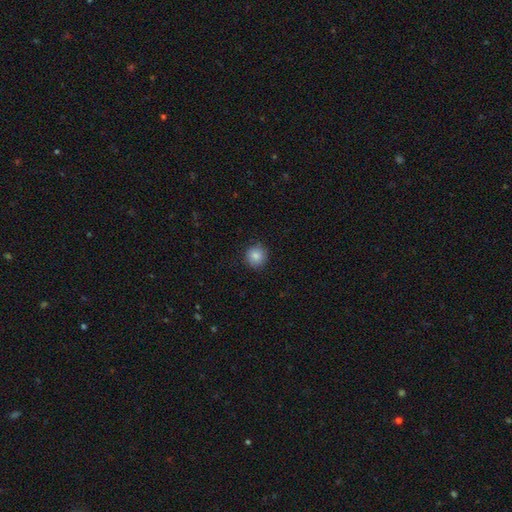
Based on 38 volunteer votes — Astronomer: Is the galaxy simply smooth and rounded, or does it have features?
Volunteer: smooth — 87%.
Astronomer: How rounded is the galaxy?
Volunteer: round — 88%.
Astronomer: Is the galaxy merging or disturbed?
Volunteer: none — 92%.